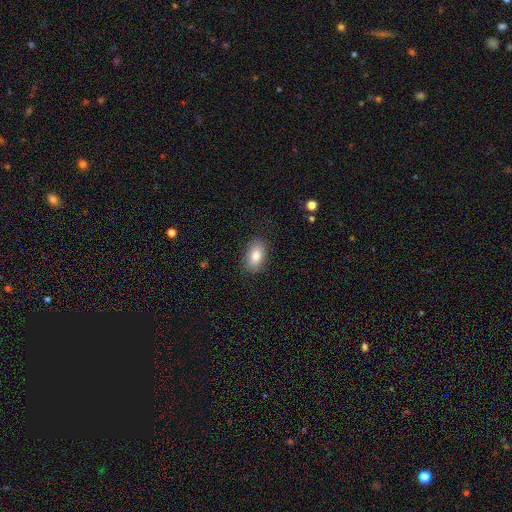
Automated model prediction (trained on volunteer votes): Overall: smooth (82%). How rounded: in between (91%). Merging: none (86%).